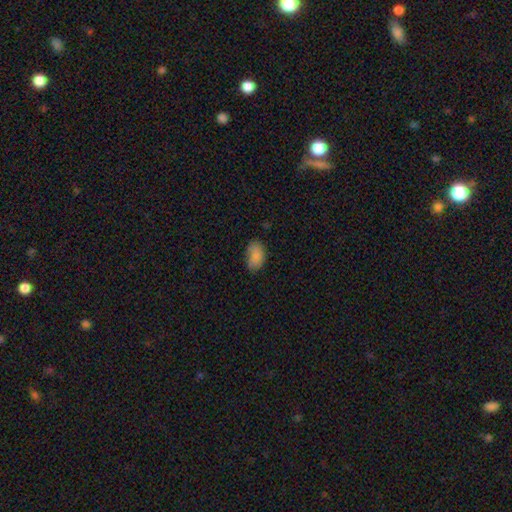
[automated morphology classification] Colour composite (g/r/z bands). It shows a smooth galaxy with no disk features (85%) that is in between round and cigar-shaped (91%). Merging: none (69%).